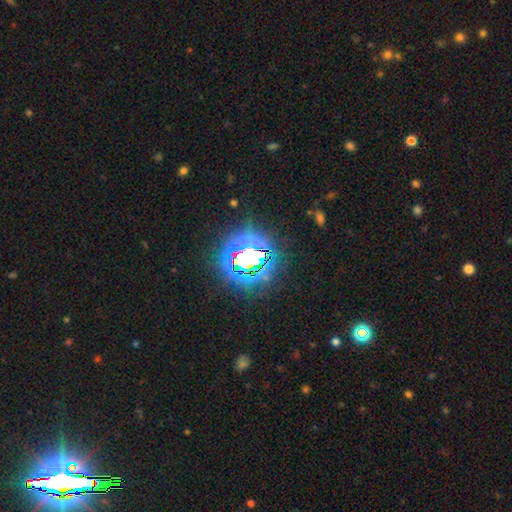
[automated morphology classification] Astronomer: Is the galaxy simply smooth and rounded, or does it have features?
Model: star or artifact — 77%.